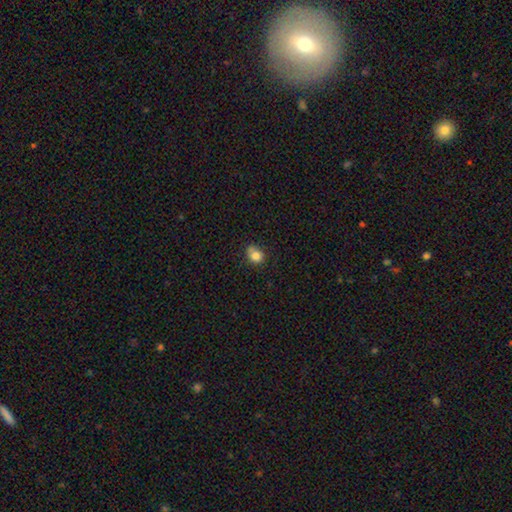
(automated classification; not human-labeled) smooth-or-featured: smooth: 81% | star or artifact: 11% | featured or disk: 8%
  how-rounded: round: 67% | in between: 32% | cigar-shaped: 1%
  merging: none: 58% | minor disturbance: 29% | major disturbance: 7% | merger: 5%